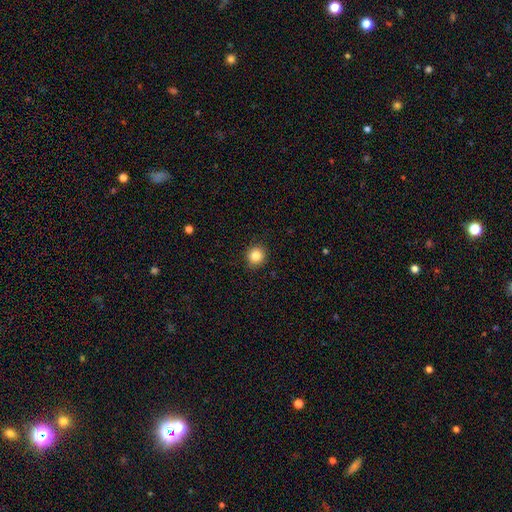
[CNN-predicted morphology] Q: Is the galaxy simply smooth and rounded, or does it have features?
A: smooth — 84%.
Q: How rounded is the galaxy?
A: round — 89%.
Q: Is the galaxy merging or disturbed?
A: none — 91%.